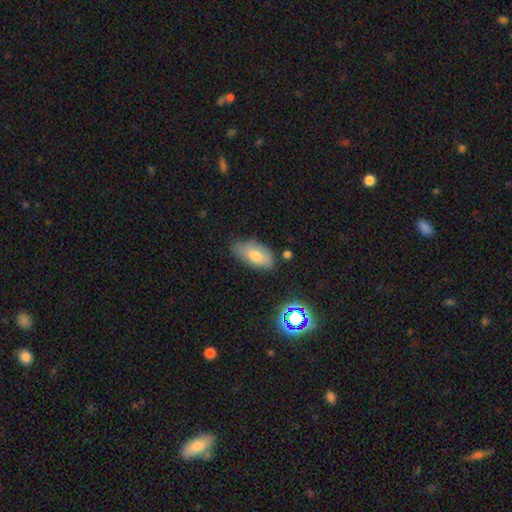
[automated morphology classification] A smooth galaxy with no disk features (73%) that is in between round and cigar-shaped (91%).

Vote fractions:
- Smooth or featured? smooth: 73% / featured or disk: 17% / star or artifact: 10%
- How rounded? in between: 91% / cigar-shaped: 4% / round: 4%
- Merging? none: 69% / minor disturbance: 23% / major disturbance: 4% / merger: 3%